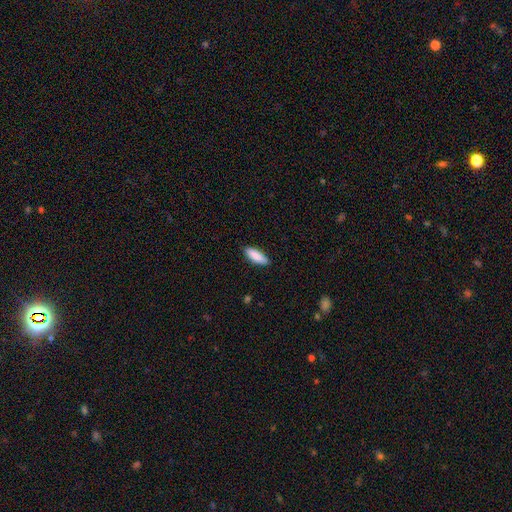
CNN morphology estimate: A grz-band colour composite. It shows a smooth galaxy with no disk features (88%) that is in between round and cigar-shaped (61%). Merging: none (87%).